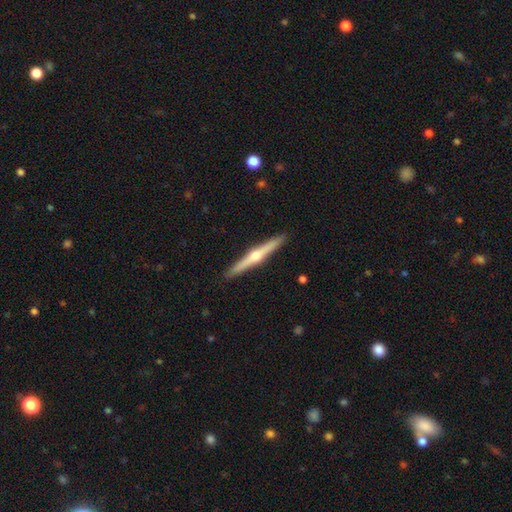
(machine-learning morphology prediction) A featured or disk galaxy (75%) viewed edge-on (98%) with a rounded central bulge (93%).

Vote fractions:
- Smooth or featured? featured or disk: 75% / smooth: 20% / star or artifact: 5%
- Edge-on disk? yes: 98% / no: 2%
- Edge-on bulge? rounded: 93% / none: 4% / boxy: 2%
- Merging? none: 92% / minor disturbance: 5% / major disturbance: 1% / merger: 1%